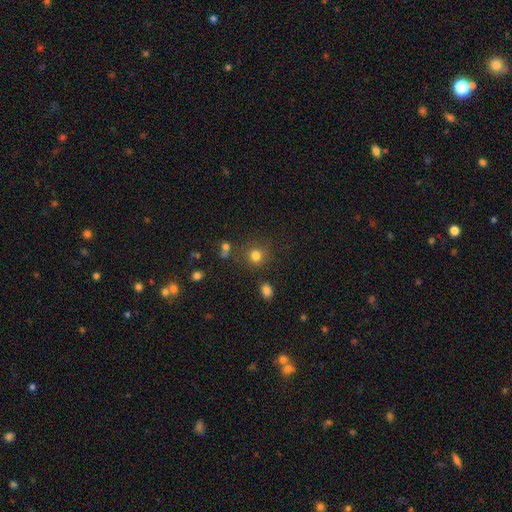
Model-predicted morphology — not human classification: This appears to be a smooth galaxy with no disk features (79%) that is round (86%). Merging: none (78%).